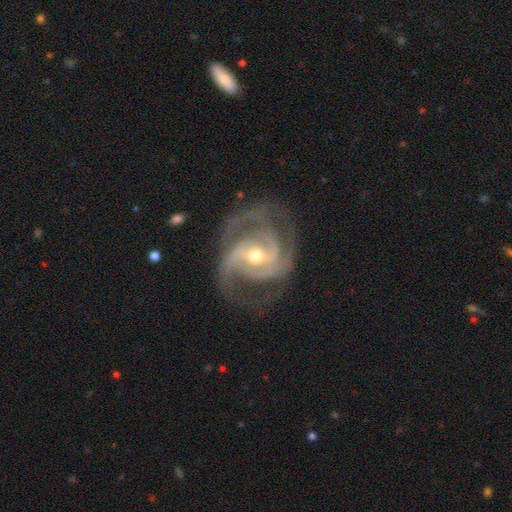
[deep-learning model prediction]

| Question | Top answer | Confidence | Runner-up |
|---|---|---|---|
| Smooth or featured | featured or disk | 92% | star or artifact (4%) |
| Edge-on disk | no | 97% | yes (3%) |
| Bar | weak | 41% | strong (37%) |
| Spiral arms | yes | 98% | no (2%) |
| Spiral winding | medium | 52% | tight (37%) |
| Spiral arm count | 2 | 46% | 3 (33%) |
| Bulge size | moderate | 54% | small (43%) |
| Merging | none | 69% | minor disturbance (17%) |